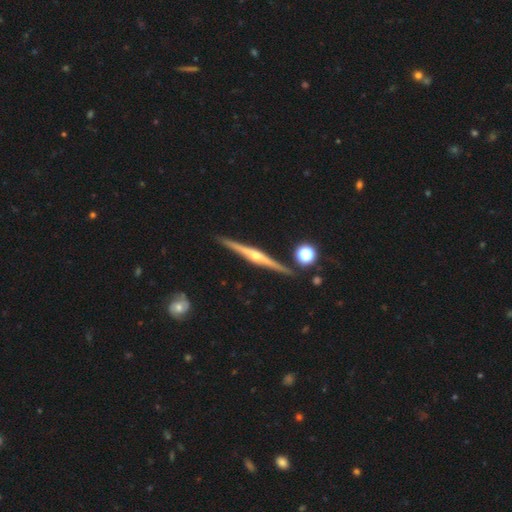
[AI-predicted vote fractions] Q: Smooth or featured?
A: featured or disk (87%); runner-up: smooth (8%)
Q: Edge-on disk?
A: yes (99%); runner-up: no (1%)
Q: Edge-on bulge?
A: rounded (89%); runner-up: boxy (6%)
Q: Merging?
A: none (91%); runner-up: minor disturbance (6%)